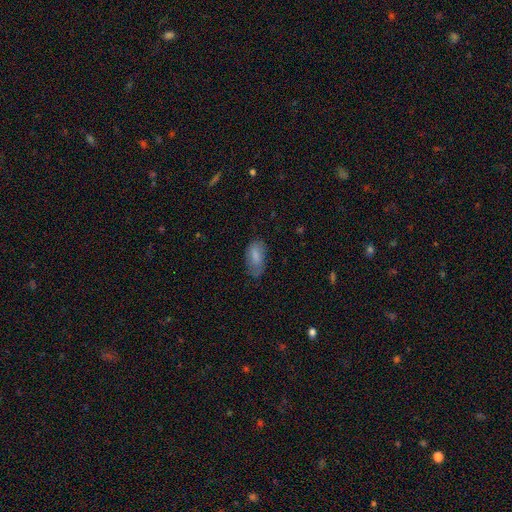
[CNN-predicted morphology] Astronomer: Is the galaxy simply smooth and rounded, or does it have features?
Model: smooth — 79%.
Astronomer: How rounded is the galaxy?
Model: in between — 91%.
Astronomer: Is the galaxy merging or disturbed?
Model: none — 63%.